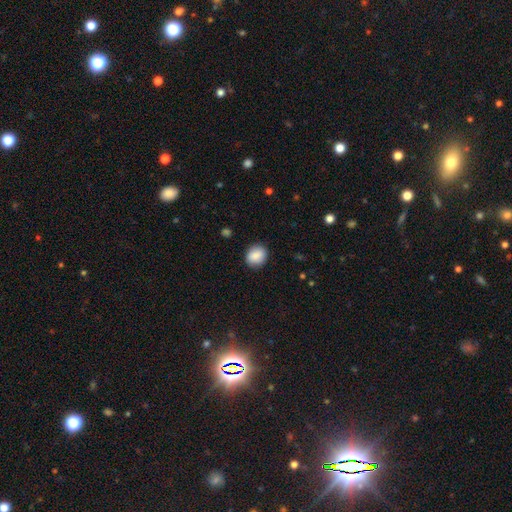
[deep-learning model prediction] Q: Smooth or featured?
A: smooth (87%); runner-up: star or artifact (7%)
Q: How rounded?
A: round (65%); runner-up: in between (34%)
Q: Merging?
A: none (87%); runner-up: minor disturbance (10%)